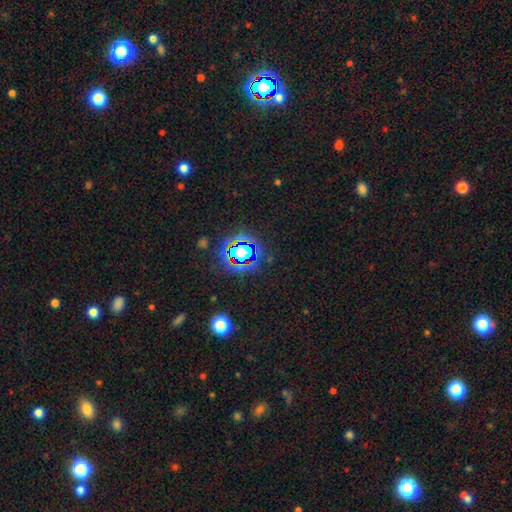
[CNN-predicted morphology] star or artifact 81%, smooth 12%, featured or disk 7%.